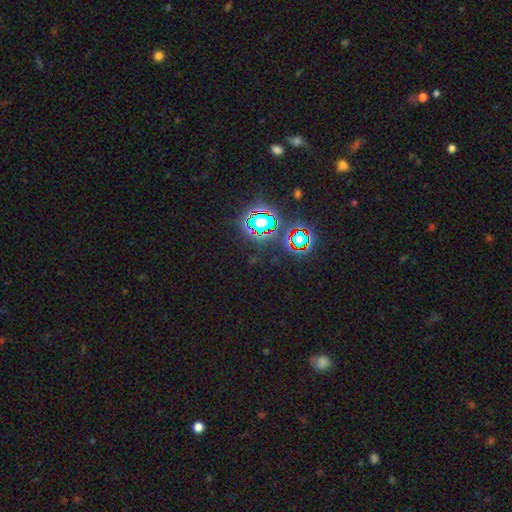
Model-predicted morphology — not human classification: A star or artifact, not a galaxy (77%).